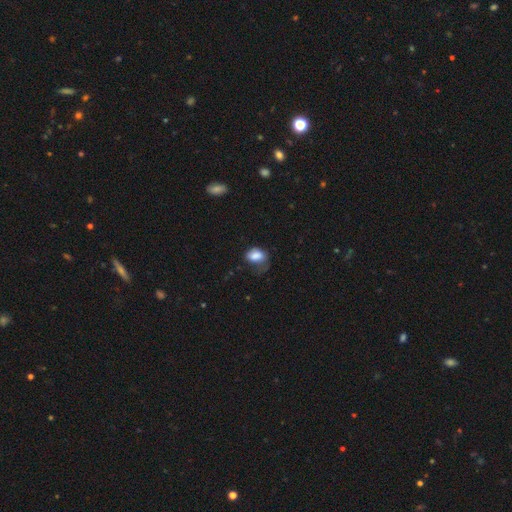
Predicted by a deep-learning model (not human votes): Smooth or featured? Predicted: smooth (p=0.80). How rounded? Predicted: in between (p=0.81). Merging? Predicted: none (p=0.36).